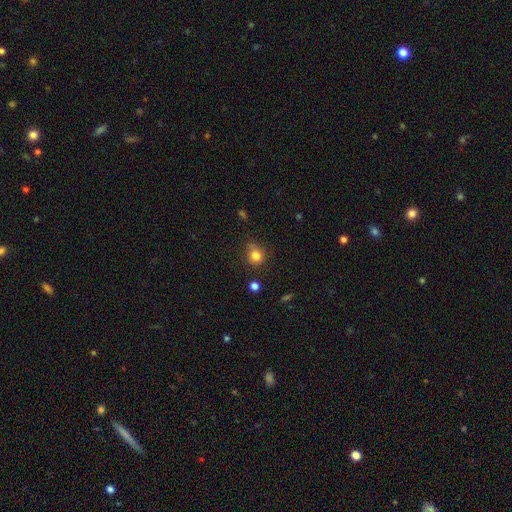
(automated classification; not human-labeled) Smooth or featured: smooth — 82% (star or artifact — 12%)
How rounded: round — 86% (in between — 13%)
Merging: none — 70% (minor disturbance — 18%)